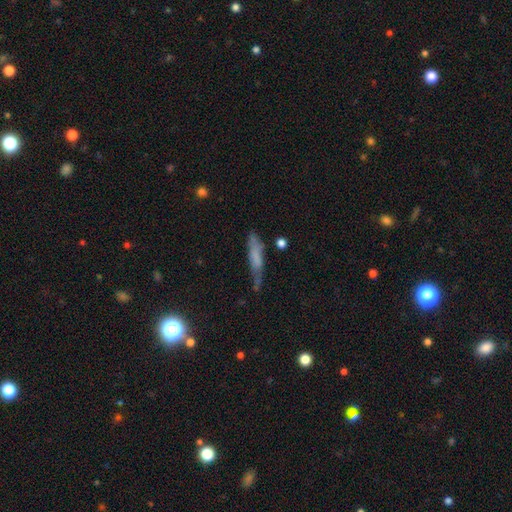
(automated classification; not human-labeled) A smooth galaxy with no disk features (59%) that is cigar-shaped (82%).

Vote fractions:
- Smooth or featured? smooth: 59% / featured or disk: 32% / star or artifact: 9%
- How rounded? cigar-shaped: 82% / in between: 16% / round: 2%
- Merging? none: 52% / minor disturbance: 30% / major disturbance: 13% / merger: 5%